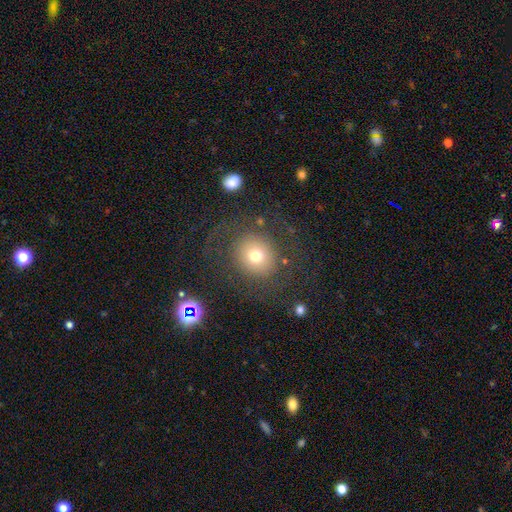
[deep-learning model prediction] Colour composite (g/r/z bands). It shows a smooth galaxy with no disk features (65%) that is round (80%). Merging: none (71%).